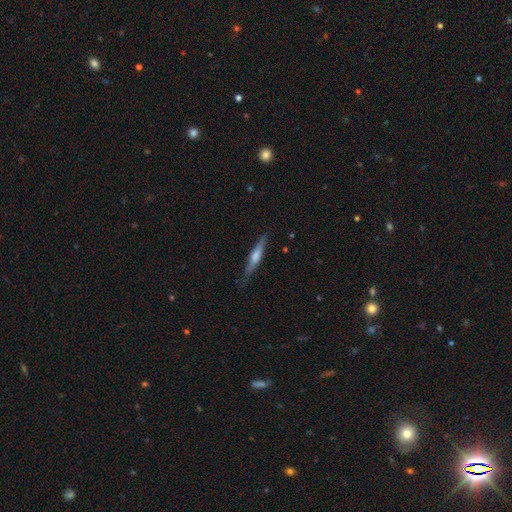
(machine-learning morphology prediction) Smooth or featured?
  - featured or disk: 52% *
  - smooth: 42%
  - star or artifact: 6%
Edge-on disk?
  - yes: 95% *
  - no: 5%
Merging?
  - none: 79% *
  - minor disturbance: 16%
  - major disturbance: 3%
  - merger: 1%